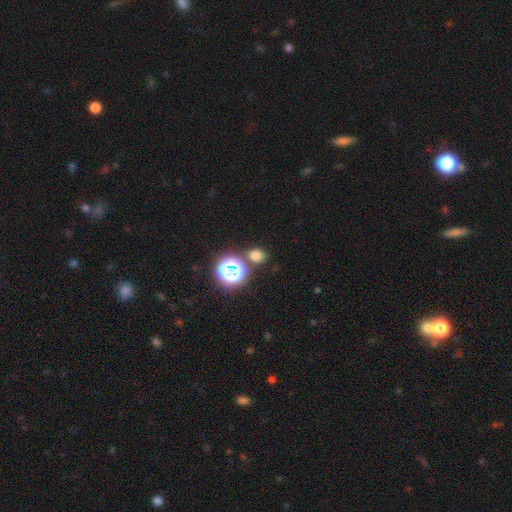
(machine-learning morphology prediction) A smooth galaxy with no disk features (67%) that is round (58%). Merging: none (80%).